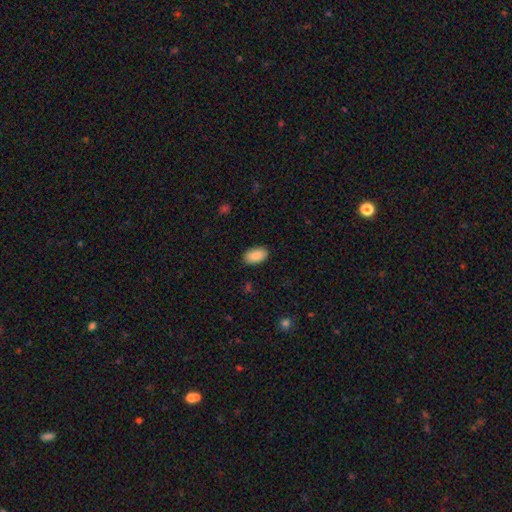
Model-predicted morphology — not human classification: Smooth or featured? Predicted: smooth (p=0.89). How rounded? Predicted: in between (p=0.94). Merging? Predicted: none (p=0.88).